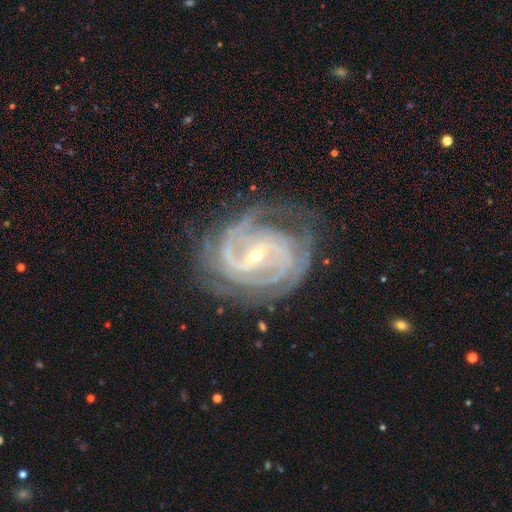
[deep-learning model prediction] Smooth or featured?
  - featured or disk: 91% *
  - star or artifact: 5%
  - smooth: 3%
Edge-on disk?
  - no: 97% *
  - yes: 3%
Bar?
  - strong: 46% *
  - weak: 38%
  - no: 16%
Spiral arms?
  - yes: 98% *
  - no: 2%
Spiral winding?
  - tight: 63% *
  - medium: 31%
  - loose: 5%
Spiral arm count?
  - 2: 28% *
  - 3: 23%
  - can't tell: 18%
  - 4: 17%
  - more than 4: 7%
  - 1: 6%
Bulge size?
  - small: 72% *
  - moderate: 25%
  - large: 1%
  - none: 1%
  - dominant: 1%
Merging?
  - none: 71% *
  - minor disturbance: 18%
  - major disturbance: 10%
  - merger: 1%